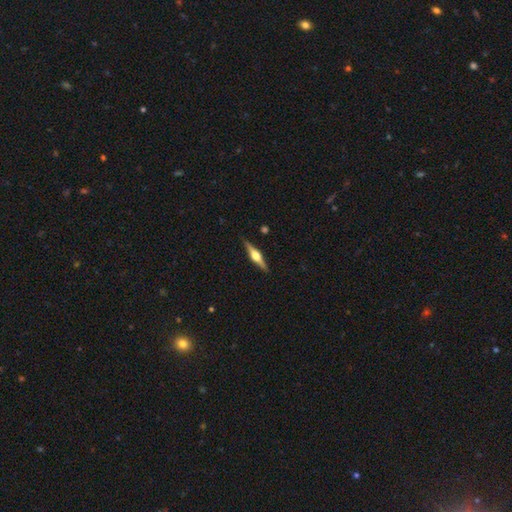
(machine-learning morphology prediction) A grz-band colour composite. It shows a featured or disk galaxy (76%) viewed edge-on (98%) with a rounded central bulge (94%). Merging: none (91%).